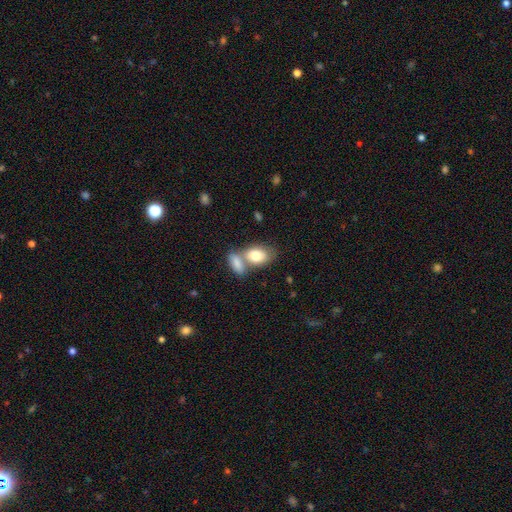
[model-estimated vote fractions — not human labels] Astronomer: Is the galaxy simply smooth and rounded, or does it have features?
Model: smooth — 79%.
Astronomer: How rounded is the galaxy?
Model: in between — 85%.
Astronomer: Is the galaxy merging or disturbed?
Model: merger — 51% (runner-up: none, 34%).